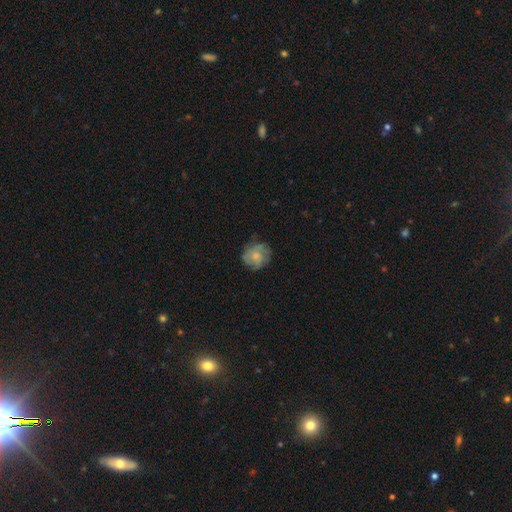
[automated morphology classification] Overall: smooth (51%; featured or disk 42%). How rounded: round (80%). Merging: none (72%).